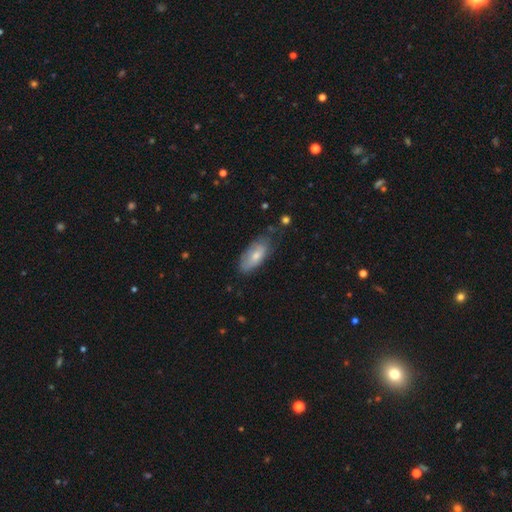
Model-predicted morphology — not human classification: A smooth galaxy with no disk features (70%) that is in between round and cigar-shaped (87%). Merging: none (58%).